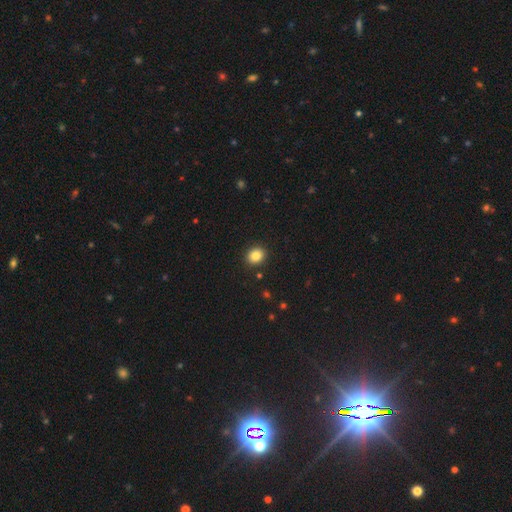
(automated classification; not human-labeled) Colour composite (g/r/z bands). It shows a smooth galaxy with no disk features (85%) that is round (69%). Merging: none (91%).